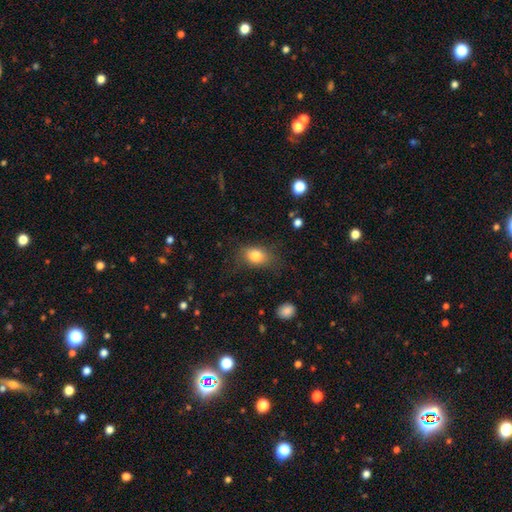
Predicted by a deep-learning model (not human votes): Smooth or featured?
  - smooth: 81% *
  - featured or disk: 10%
  - star or artifact: 10%
How rounded?
  - in between: 72% *
  - round: 26%
  - cigar-shaped: 2%
Merging?
  - none: 72% *
  - minor disturbance: 19%
  - major disturbance: 8%
  - merger: 1%